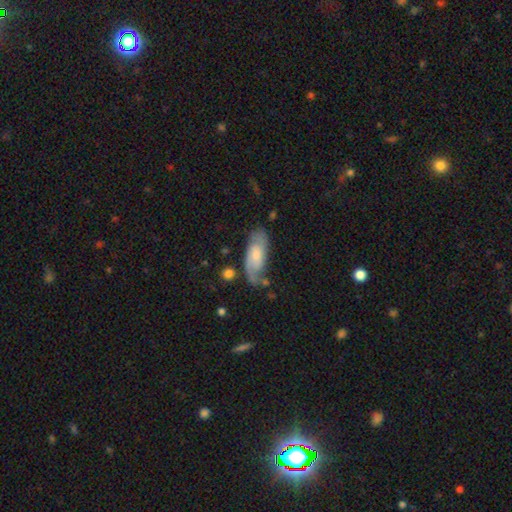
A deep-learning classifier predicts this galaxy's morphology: This appears to be a featured or disk galaxy (60%) with no bar (62%), spiral arms (89%) and a small central bulge (46%). Merging: none (63%).